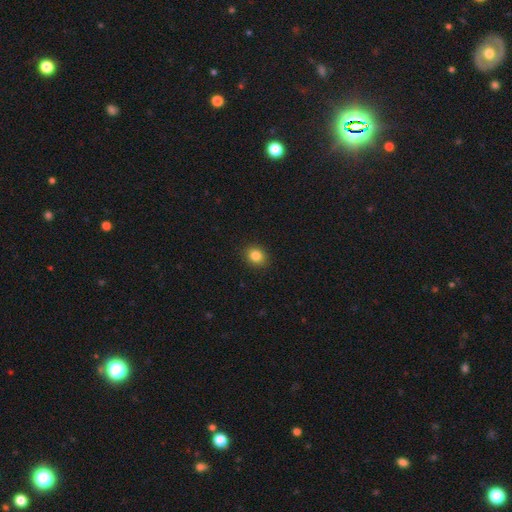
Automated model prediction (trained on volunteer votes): Overall: smooth (84%). How rounded: round (60%; in between 39%). Merging: none (90%).